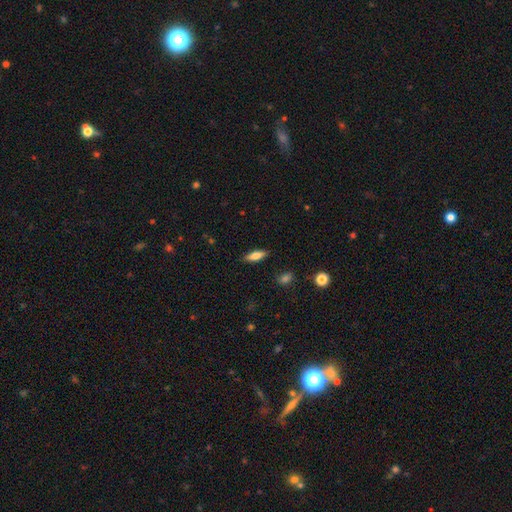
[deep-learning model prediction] Q: Smooth or featured?
A: smooth (72%); runner-up: featured or disk (21%)
Q: How rounded?
A: in between (59%); runner-up: cigar-shaped (38%)
Q: Merging?
A: none (88%); runner-up: minor disturbance (9%)